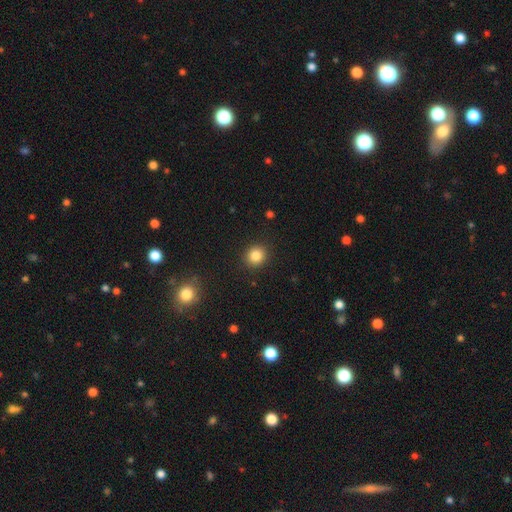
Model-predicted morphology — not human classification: The model was most divided on "smooth or featured": smooth: 84%, star or artifact: 11%, featured or disk: 5%. More confident: merging — none (91%); how rounded — round (87%).